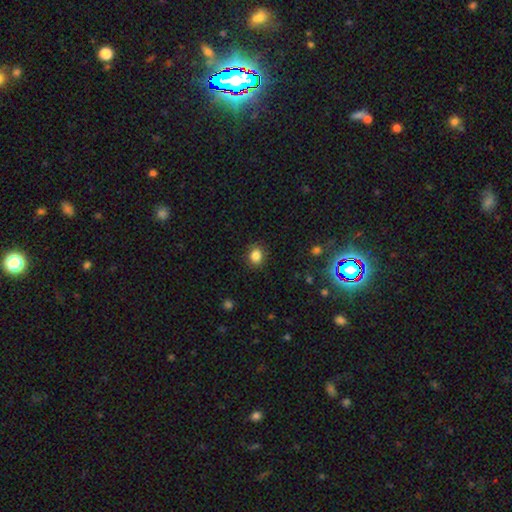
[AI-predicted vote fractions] smooth-or-featured: smooth: 85% | star or artifact: 10% | featured or disk: 5%
  how-rounded: round: 65% | in between: 34% | cigar-shaped: 1%
  merging: none: 86% | minor disturbance: 10% | major disturbance: 3% | merger: 1%